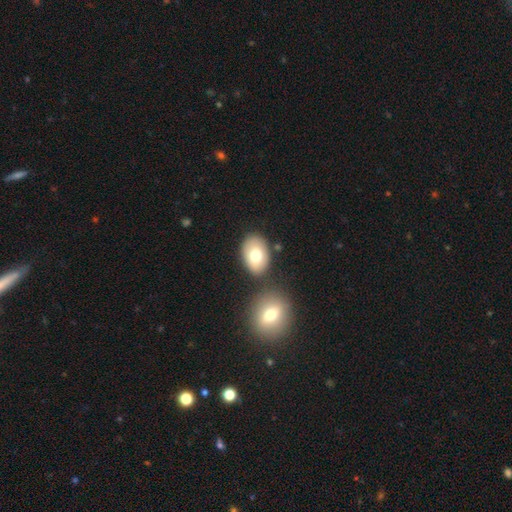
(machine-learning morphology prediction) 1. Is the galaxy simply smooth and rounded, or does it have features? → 75% smooth, 18% featured or disk, 8% star or artifact.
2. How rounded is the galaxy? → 83% in between, 16% round, 1% cigar-shaped.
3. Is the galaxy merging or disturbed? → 72% none, 13% merger, 12% minor disturbance, 3% major disturbance.